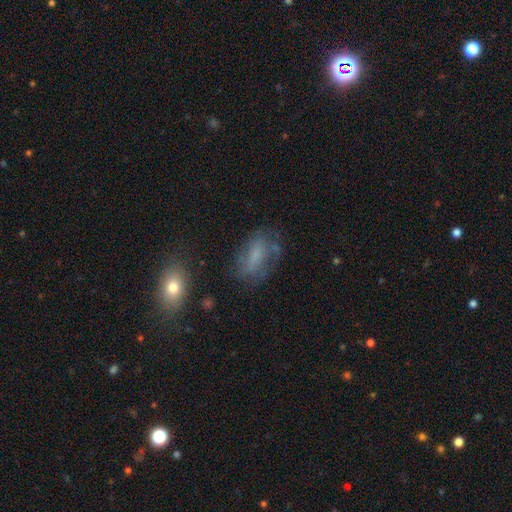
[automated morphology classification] smooth 51%, featured or disk 37%, star or artifact 13%. Down the decision tree: how rounded — in between (83%); merging — none (56%).